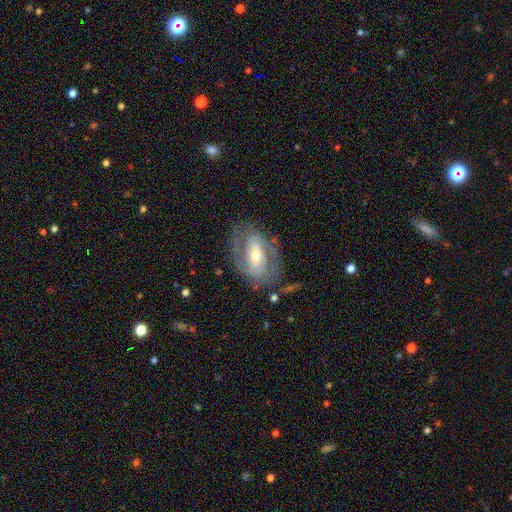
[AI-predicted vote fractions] Smooth or featured: featured or disk — 79% (smooth — 15%)
Edge-on disk: no — 95% (yes — 5%)
Bar: weak — 38% (strong — 33%)
Spiral arms: yes — 84% (no — 16%)
Spiral winding: tight — 45% (medium — 41%)
Spiral arm count: 2 — 74% (can't tell — 15%)
Bulge size: moderate — 56% (small — 37%)
Merging: none — 69% (minor disturbance — 17%)